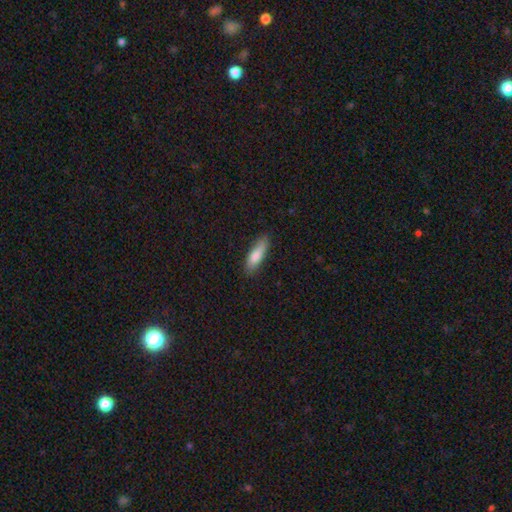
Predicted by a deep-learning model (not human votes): This appears to be a smooth galaxy with no disk features (81%) that is cigar-shaped (56%). Merging: none (81%).